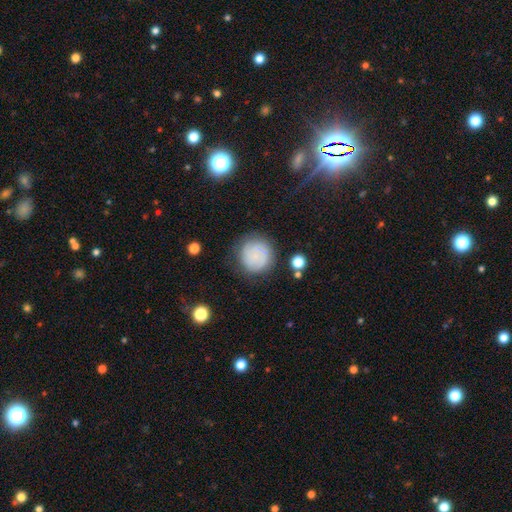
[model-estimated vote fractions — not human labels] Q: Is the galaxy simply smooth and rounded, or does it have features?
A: smooth — 64%.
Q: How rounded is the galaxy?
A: round — 91%.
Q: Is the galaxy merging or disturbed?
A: none — 73%.